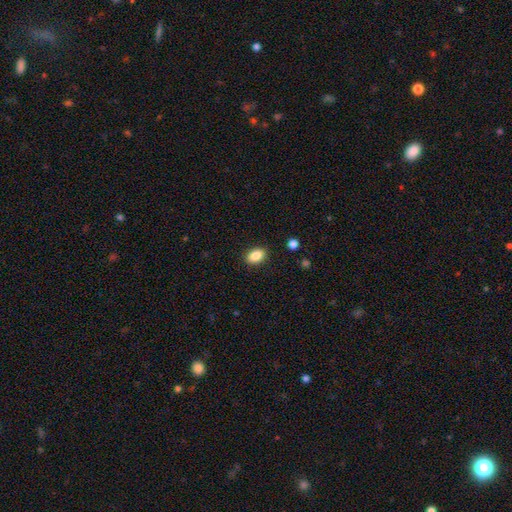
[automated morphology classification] Smooth or featured? Predicted: smooth (p=0.86). How rounded? Predicted: in between (p=0.85). Merging? Predicted: none (p=0.88).